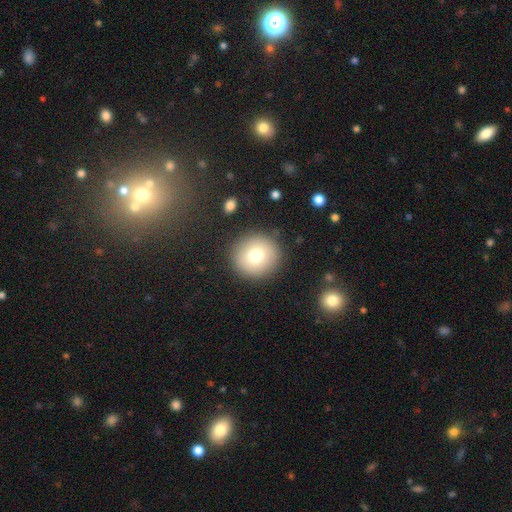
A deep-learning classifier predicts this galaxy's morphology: Overall: smooth (75%). How rounded: round (94%). Merging: none (89%).